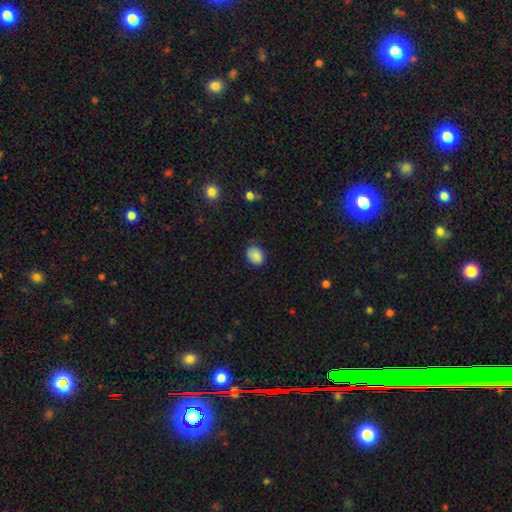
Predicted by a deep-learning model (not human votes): Morphology: type=smooth (86%); roundness=in between (62%); merging=none (72%).